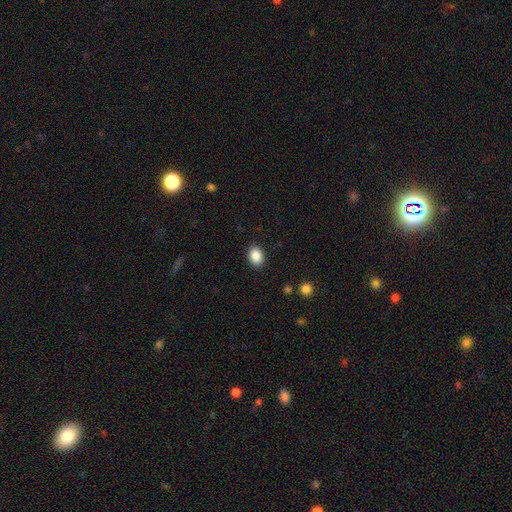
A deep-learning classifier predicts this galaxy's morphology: This appears to be a smooth galaxy with no disk features (89%) that is in between round and cigar-shaped (71%). Merging: none (89%).